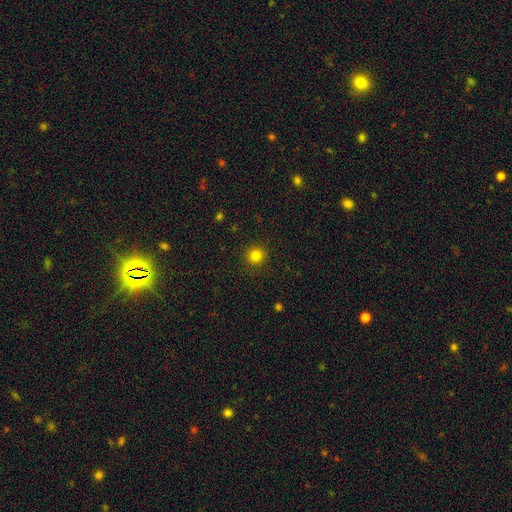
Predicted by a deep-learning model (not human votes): Smooth or featured? Predicted: smooth (p=0.82). How rounded? Predicted: round (p=0.93). Merging? Predicted: none (p=0.92).